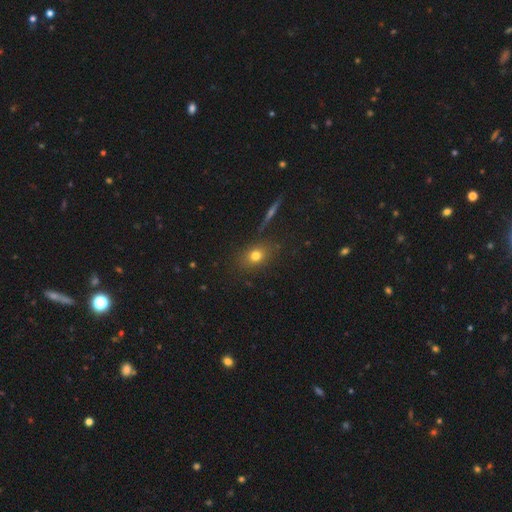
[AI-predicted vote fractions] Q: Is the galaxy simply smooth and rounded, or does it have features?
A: smooth — 73%.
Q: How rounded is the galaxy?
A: in between — 50%.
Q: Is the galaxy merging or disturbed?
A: none — 82%.